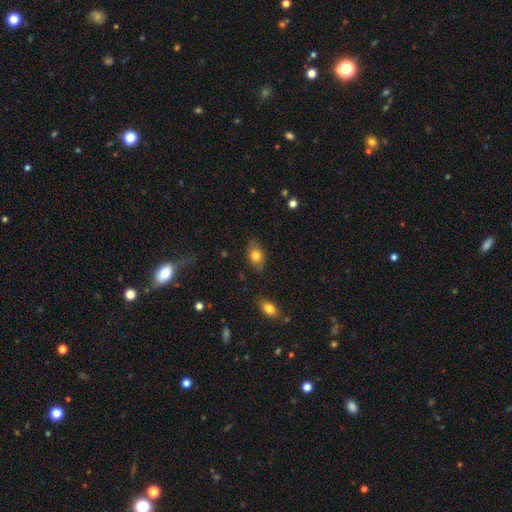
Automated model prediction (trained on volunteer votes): This appears to be a smooth galaxy with no disk features (75%) that is in between round and cigar-shaped (85%). Merging: none (81%).